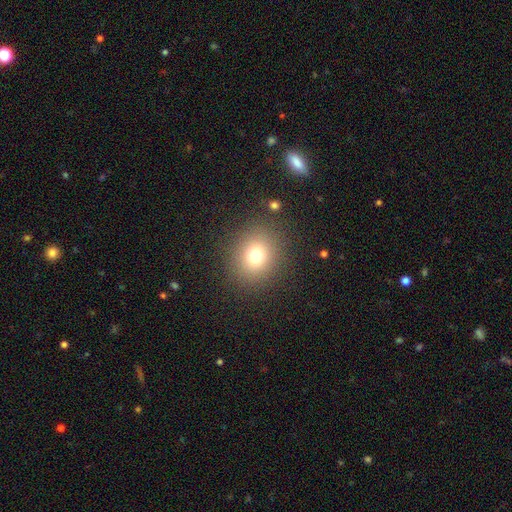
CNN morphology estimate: This appears to be a smooth galaxy with no disk features (75%) that is round (72%). Merging: none (87%).